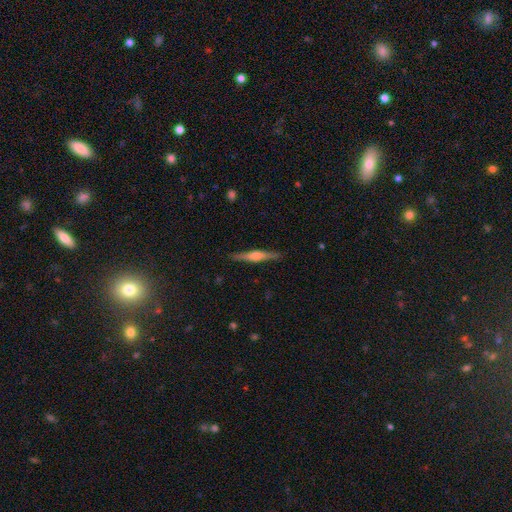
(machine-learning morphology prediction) Q: Smooth or featured?
A: featured or disk (68%); runner-up: smooth (26%)
Q: Edge-on disk?
A: yes (98%); runner-up: no (2%)
Q: Edge-on bulge?
A: rounded (74%); runner-up: boxy (19%)
Q: Merging?
A: none (90%); runner-up: minor disturbance (7%)